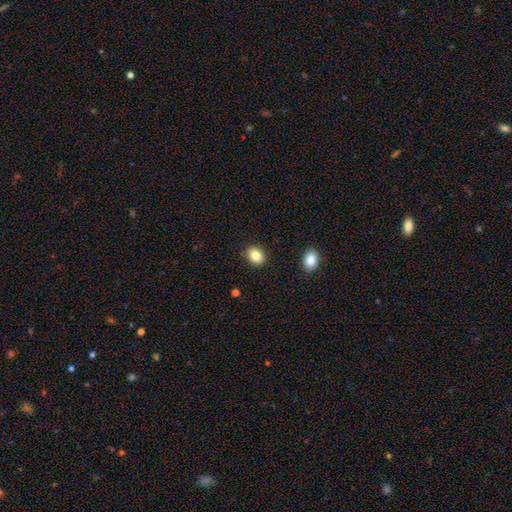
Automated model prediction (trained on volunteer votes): smooth 83%, star or artifact 9%, featured or disk 7%. Down the decision tree: how rounded — round (56%); merging — none (89%).